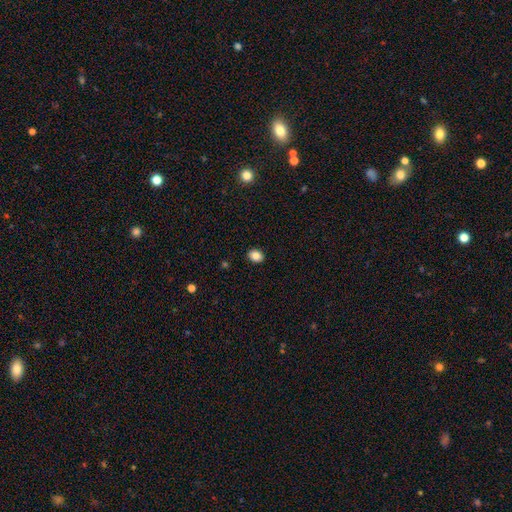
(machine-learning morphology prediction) The model was most divided on "how rounded": in between: 59%, round: 40%, cigar-shaped: 1%. More confident: merging — none (90%); smooth or featured — smooth (85%).